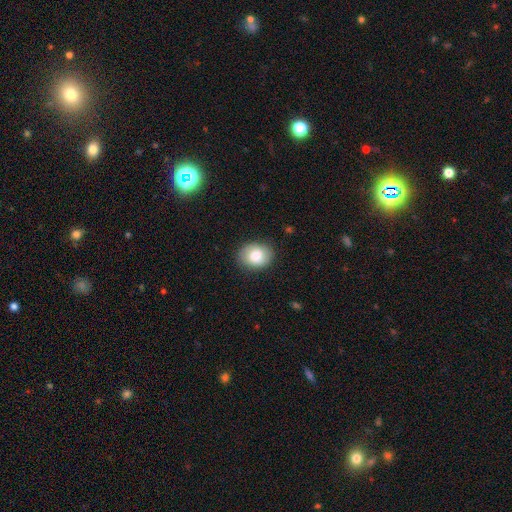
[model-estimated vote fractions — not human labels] Smooth or featured: smooth — 79% (featured or disk — 14%)
How rounded: in between — 56% (round — 43%)
Merging: none — 85% (minor disturbance — 11%)